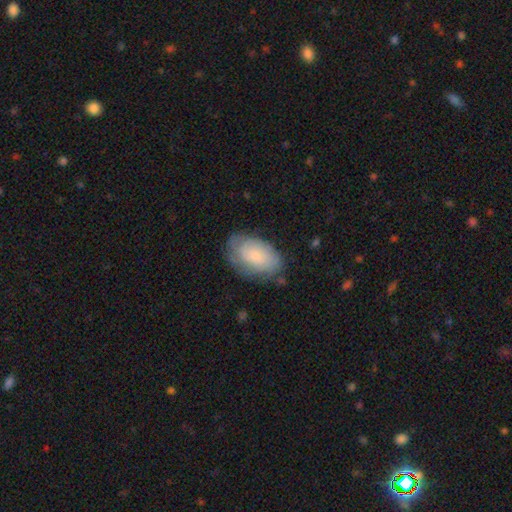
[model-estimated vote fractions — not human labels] Morphology: type=smooth (66%); roundness=in between (93%); merging=none (68%).